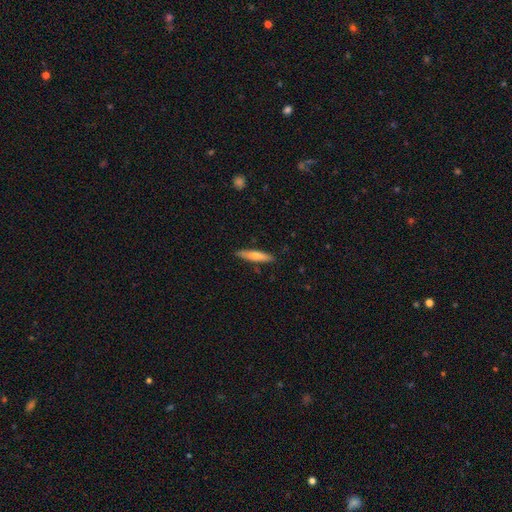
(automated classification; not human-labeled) Q: Smooth or featured?
A: smooth (70%); runner-up: featured or disk (25%)
Q: How rounded?
A: cigar-shaped (84%); runner-up: in between (14%)
Q: Merging?
A: none (87%); runner-up: minor disturbance (10%)